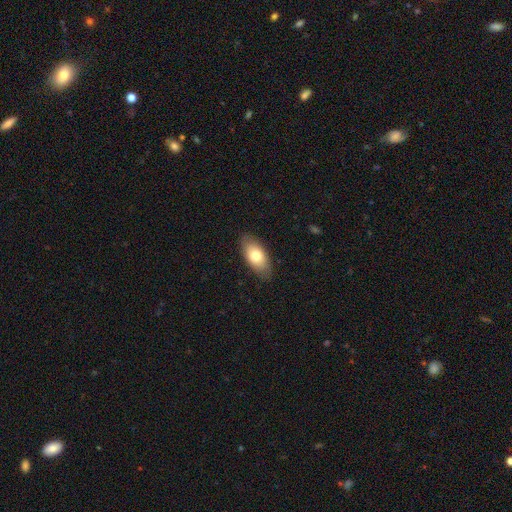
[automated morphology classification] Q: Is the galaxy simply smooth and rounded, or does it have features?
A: smooth — 75%.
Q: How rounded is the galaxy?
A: in between — 91%.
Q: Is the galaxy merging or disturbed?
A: none — 85%.